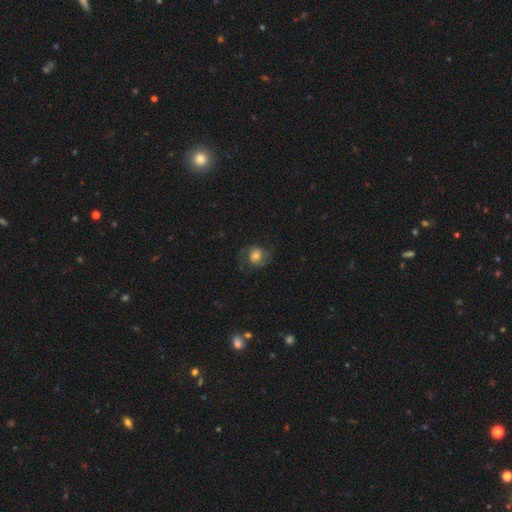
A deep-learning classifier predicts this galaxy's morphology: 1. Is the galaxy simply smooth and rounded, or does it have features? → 53% smooth, 37% featured or disk, 10% star or artifact.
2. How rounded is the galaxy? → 67% round, 32% in between, 1% cigar-shaped.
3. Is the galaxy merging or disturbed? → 61% none, 20% minor disturbance, 17% major disturbance, 1% merger.